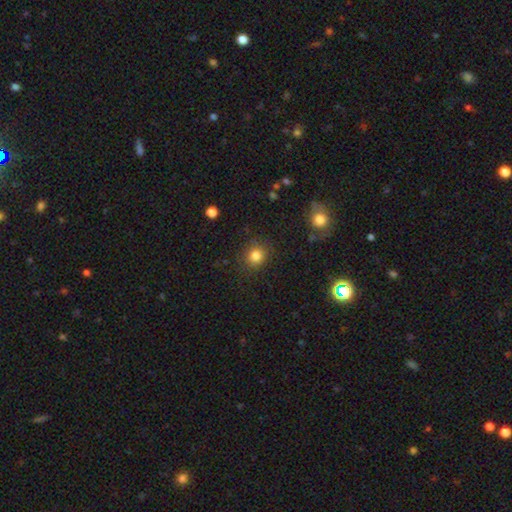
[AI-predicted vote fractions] smooth_or_featured: smooth (p=0.83) [alt: star or artifact p=0.12]
how_rounded: round (p=0.84) [alt: in between p=0.15]
merging: none (p=0.86) [alt: minor disturbance p=0.09]